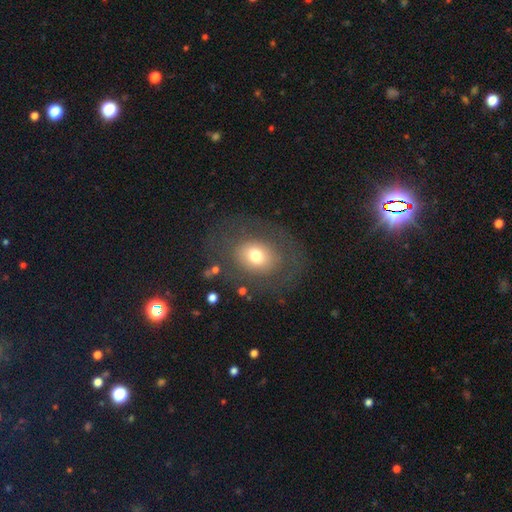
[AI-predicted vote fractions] A smooth galaxy with no disk features (58%) that is in between round and cigar-shaped (56%).

Vote fractions:
- Smooth or featured? smooth: 58% / featured or disk: 31% / star or artifact: 11%
- How rounded? in between: 56% / round: 43% / cigar-shaped: 1%
- Merging? none: 69% / minor disturbance: 15% / major disturbance: 14% / merger: 2%